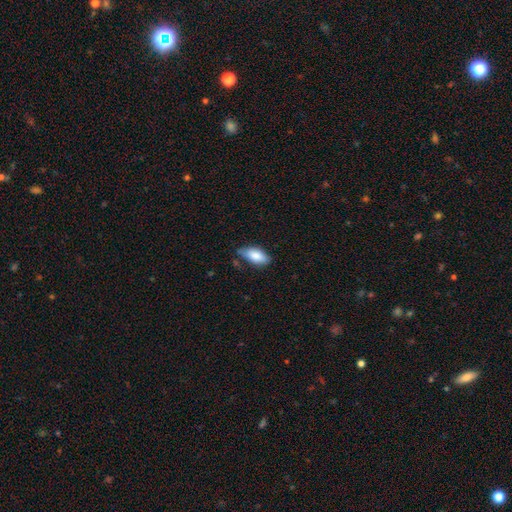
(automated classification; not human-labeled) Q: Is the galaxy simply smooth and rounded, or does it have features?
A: smooth — 84%.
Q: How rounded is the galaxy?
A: in between — 90%.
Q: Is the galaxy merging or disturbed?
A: none — 65%.